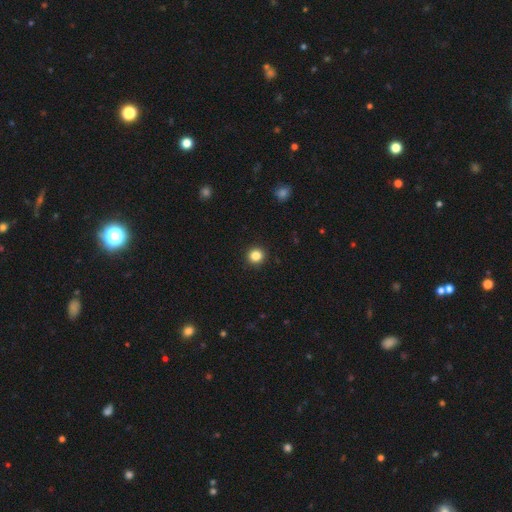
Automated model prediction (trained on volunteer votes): This appears to be a smooth galaxy with no disk features (84%) that is round (92%). Merging: none (93%).